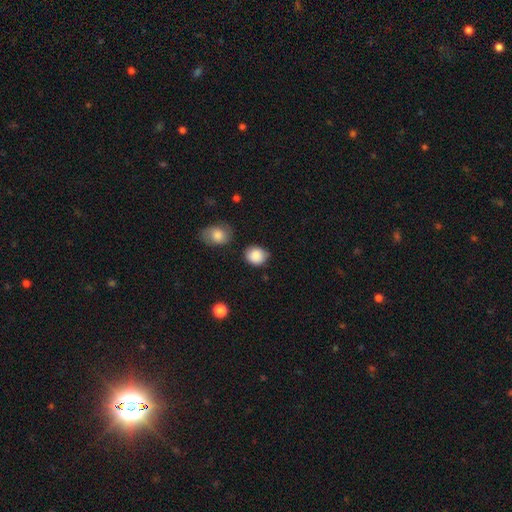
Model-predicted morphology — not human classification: A smooth galaxy with no disk features (88%) that is round (63%).

Vote fractions:
- Smooth or featured? smooth: 88% / star or artifact: 8% / featured or disk: 5%
- How rounded? round: 63% / in between: 36% / cigar-shaped: 1%
- Merging? none: 73% / minor disturbance: 19% / merger: 4% / major disturbance: 4%